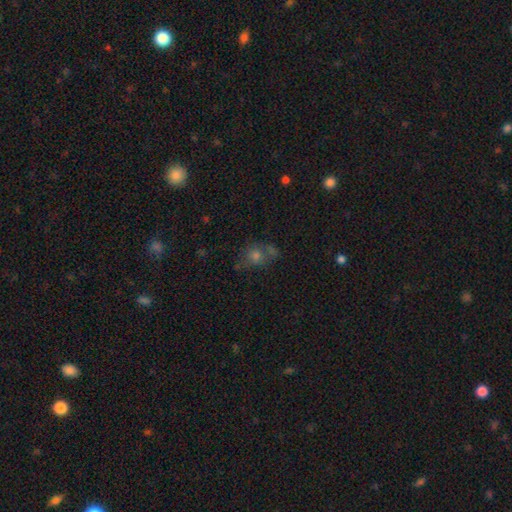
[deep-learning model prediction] This is likely a smooth galaxy (63%). How rounded: likely round (64%). Merging: possibly none (53%).